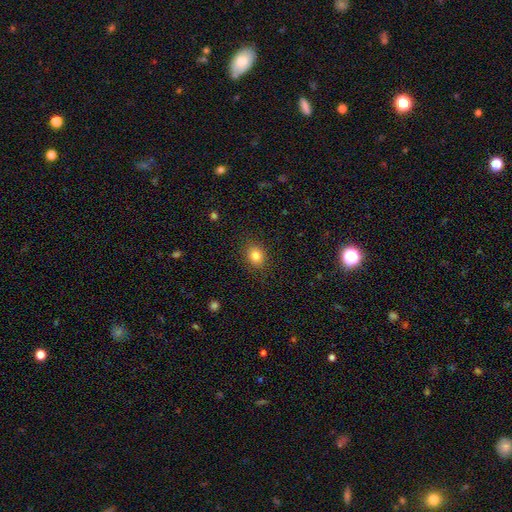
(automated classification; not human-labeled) This is clearly a smooth galaxy (82%). How rounded: likely round (61%). Merging: clearly none (88%).